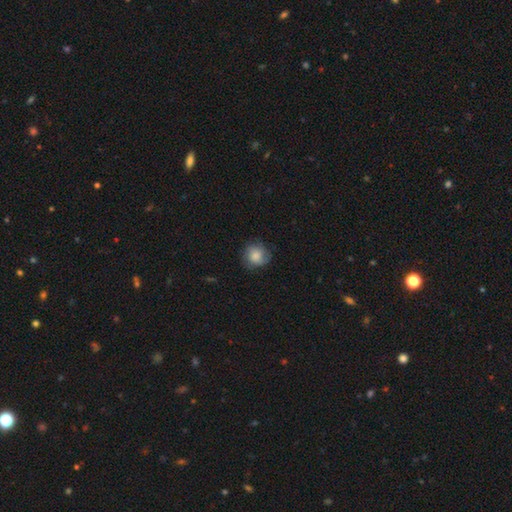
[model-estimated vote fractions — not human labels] This appears to be a smooth galaxy with no disk features (76%) that is round (87%). Merging: none (73%).